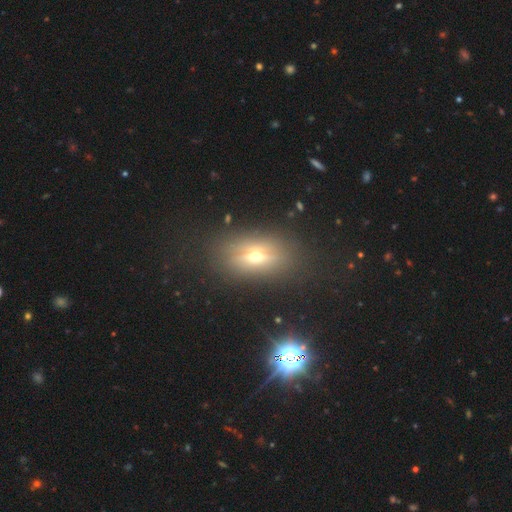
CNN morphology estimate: The model was most divided on "smooth or featured": featured or disk: 49%, smooth: 36%, star or artifact: 15%. More confident: merging — none (80%).